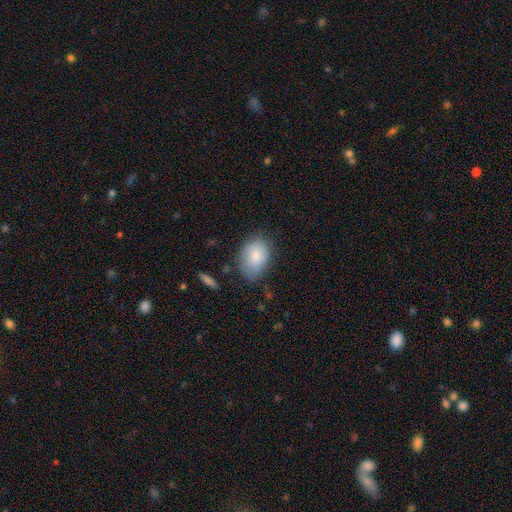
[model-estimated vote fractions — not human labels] smooth-or-featured: smooth: 83% | featured or disk: 11% | star or artifact: 6%
  how-rounded: in between: 84% | round: 15% | cigar-shaped: 1%
  merging: none: 69% | minor disturbance: 23% | major disturbance: 6% | merger: 2%